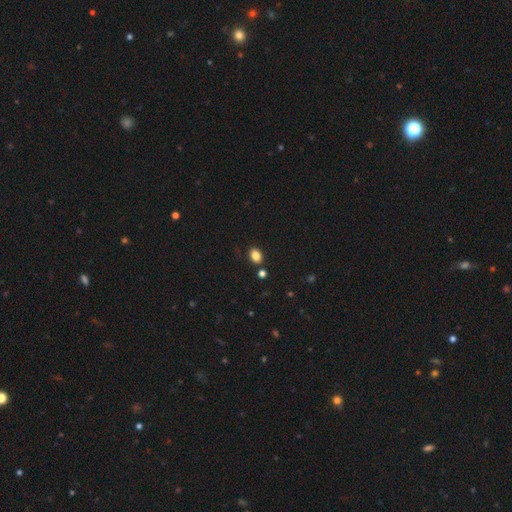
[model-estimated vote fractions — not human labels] Morphology: type=smooth (84%); roundness=in between (73%); merging=none (81%).